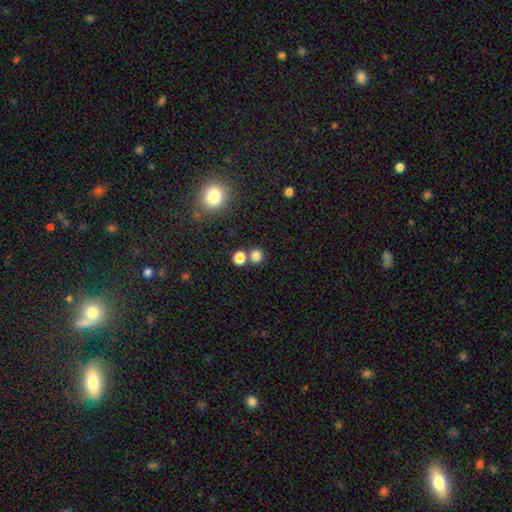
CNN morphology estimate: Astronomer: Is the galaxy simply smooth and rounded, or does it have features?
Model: smooth — 80%.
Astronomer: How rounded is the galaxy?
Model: round — 88%.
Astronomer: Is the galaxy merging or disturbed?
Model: none — 69%.